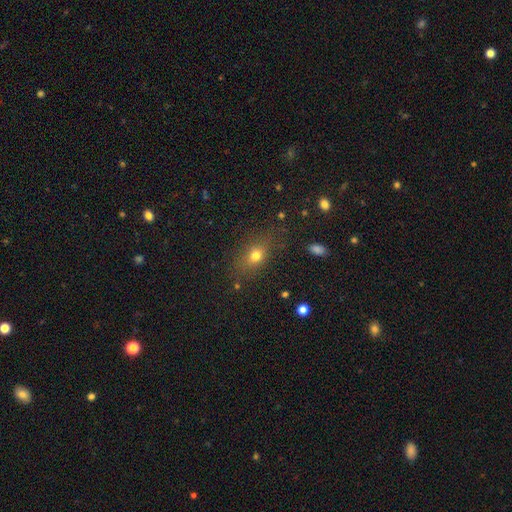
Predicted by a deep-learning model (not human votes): A smooth galaxy with no disk features (70%) that is in between round and cigar-shaped (61%). Merging: none (76%).